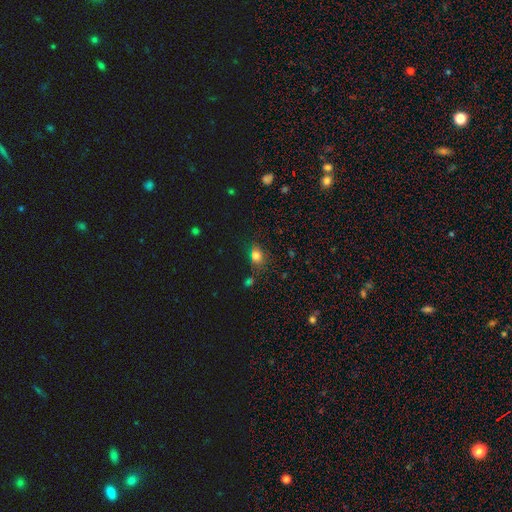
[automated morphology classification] smooth 75%, star or artifact 18%, featured or disk 7%. Down the decision tree: how rounded — in between (59%); merging — none (67%).